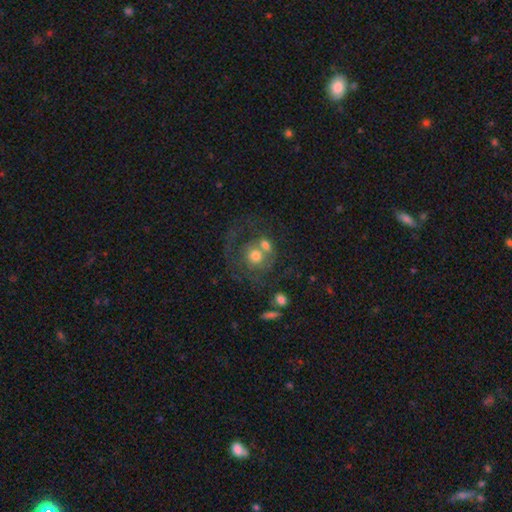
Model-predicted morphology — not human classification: A smooth galaxy with no disk features (46%). Merging: merger (39%).